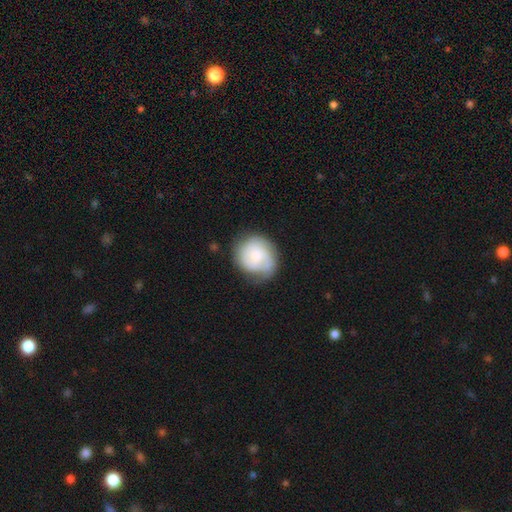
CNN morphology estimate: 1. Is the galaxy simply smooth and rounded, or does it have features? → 56% featured or disk, 38% smooth, 6% star or artifact.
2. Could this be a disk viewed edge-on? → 98% no, 2% yes.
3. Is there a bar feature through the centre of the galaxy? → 70% no, 26% weak, 4% strong.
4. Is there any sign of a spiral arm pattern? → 89% yes, 11% no.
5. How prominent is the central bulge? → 46% small, 31% moderate, 12% none, 9% large, 2% dominant.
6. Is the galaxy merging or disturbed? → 66% none, 22% minor disturbance, 11% major disturbance, 2% merger.